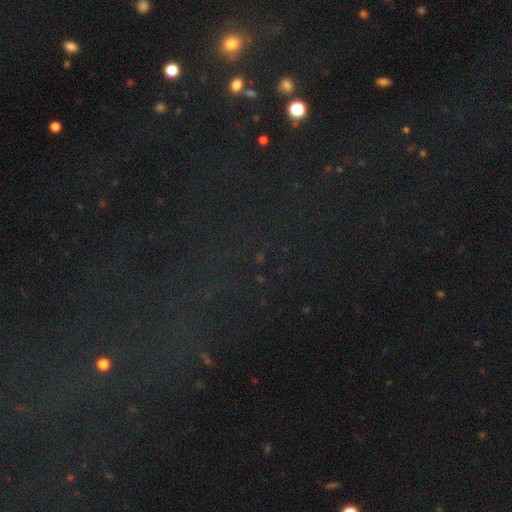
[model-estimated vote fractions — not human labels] Smooth or featured? star or artifact (76%)